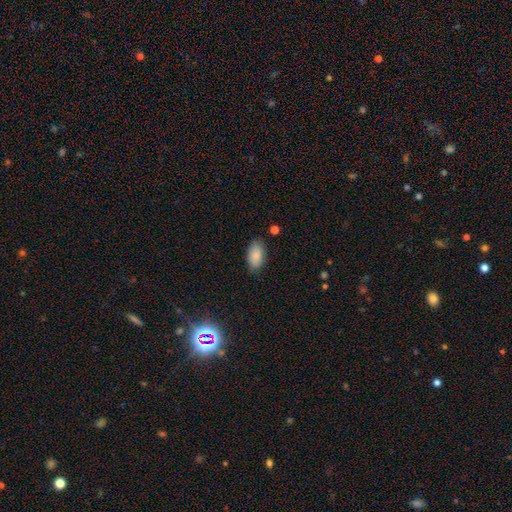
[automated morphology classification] Overall: smooth (87%). How rounded: in between (94%). Merging: none (81%).